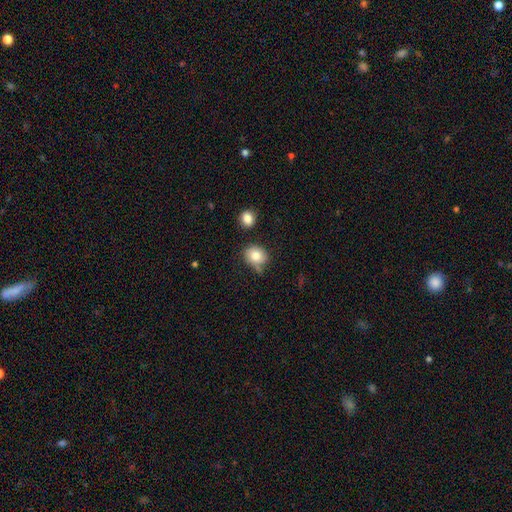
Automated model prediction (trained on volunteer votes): This is clearly a smooth galaxy (80%). How rounded: likely round (67%). Merging: likely none (64%).